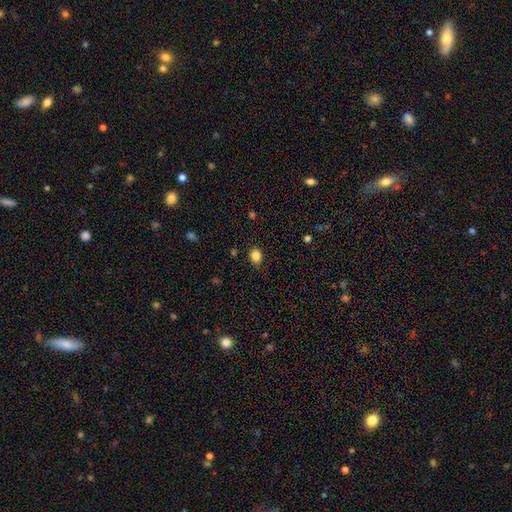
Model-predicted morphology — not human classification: A smooth galaxy with no disk features (85%) that is round (52%). Merging: none (86%).